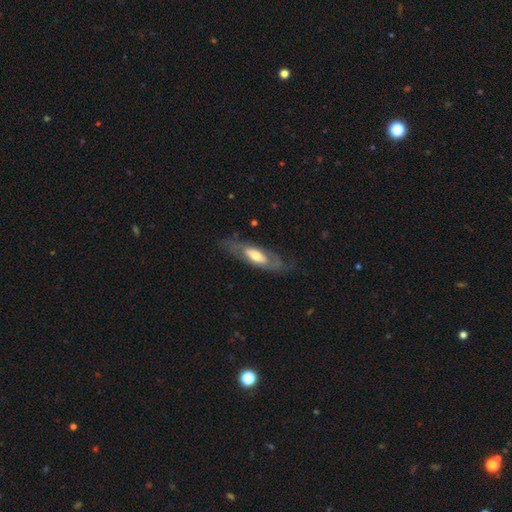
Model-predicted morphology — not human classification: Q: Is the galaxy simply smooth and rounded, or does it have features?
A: featured or disk — 59%.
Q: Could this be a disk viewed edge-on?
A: no — 71%.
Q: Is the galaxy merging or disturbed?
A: none — 68%.